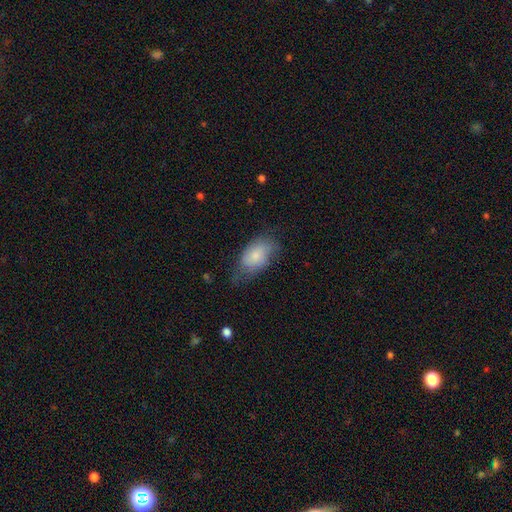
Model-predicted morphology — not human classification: Q: Smooth or featured?
A: smooth (74%); runner-up: featured or disk (19%)
Q: How rounded?
A: in between (92%); runner-up: round (5%)
Q: Merging?
A: none (51%); runner-up: minor disturbance (34%)